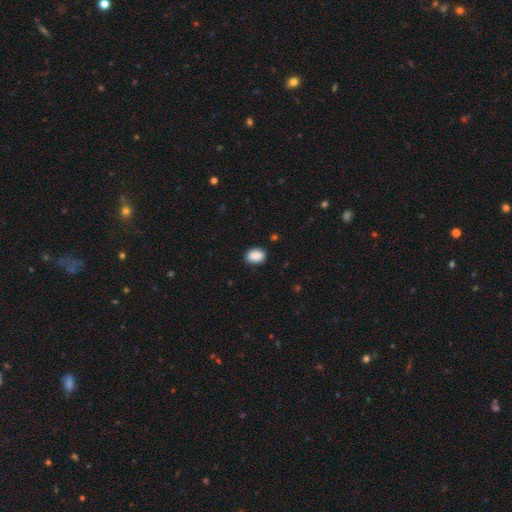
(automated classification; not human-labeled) The model was most divided on "how rounded": in between: 76%, round: 23%, cigar-shaped: 1%. More confident: smooth or featured — smooth (89%); merging — none (84%).